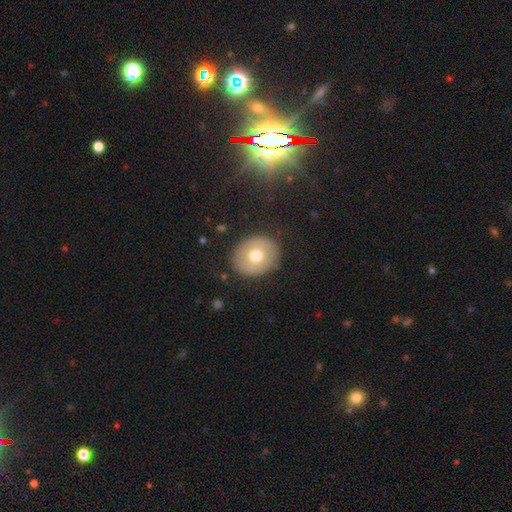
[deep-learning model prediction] Q: Smooth or featured?
A: smooth (63%); runner-up: featured or disk (28%)
Q: How rounded?
A: round (67%); runner-up: in between (32%)
Q: Merging?
A: none (88%); runner-up: minor disturbance (8%)